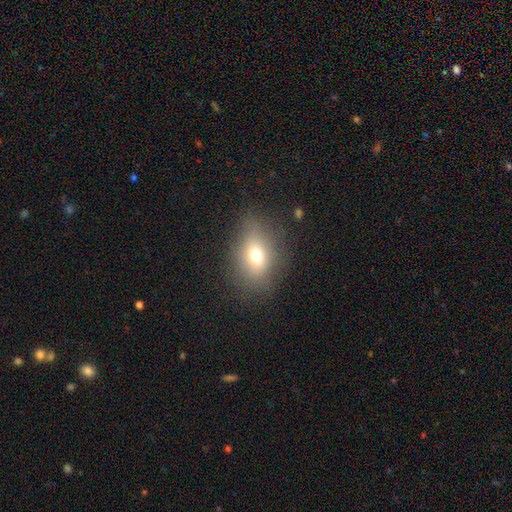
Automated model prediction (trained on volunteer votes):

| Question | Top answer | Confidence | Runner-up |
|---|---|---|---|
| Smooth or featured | smooth | 68% | featured or disk (18%) |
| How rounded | in between | 69% | round (28%) |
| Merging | none | 77% | minor disturbance (15%) |